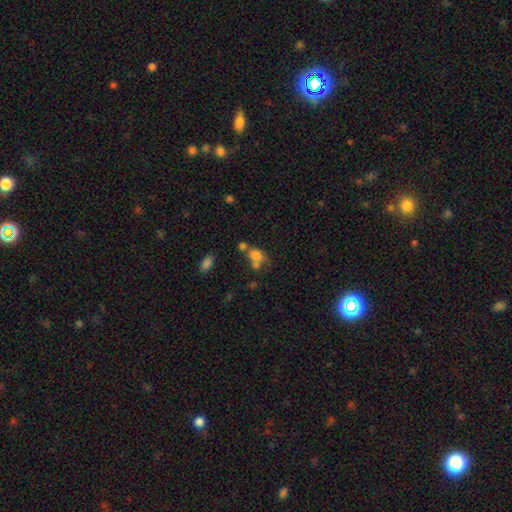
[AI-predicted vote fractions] Smooth or featured? smooth (74%)
How rounded? in between (66%)
Merging? merger (42%)